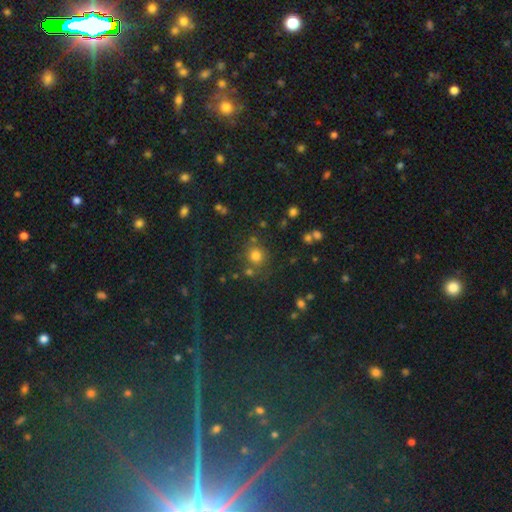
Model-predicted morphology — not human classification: smooth 74%, star or artifact 20%, featured or disk 7%. Down the decision tree: how rounded — round (89%); merging — none (75%).